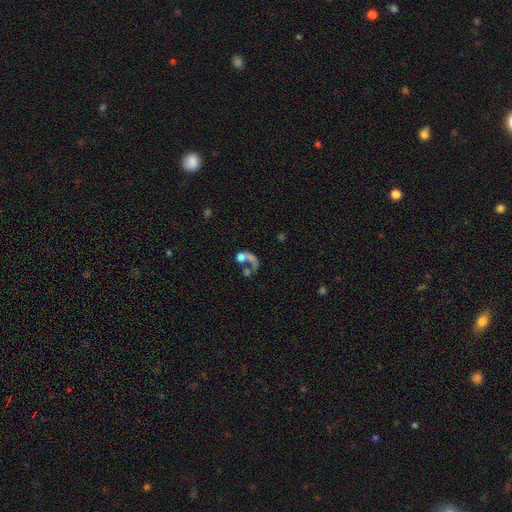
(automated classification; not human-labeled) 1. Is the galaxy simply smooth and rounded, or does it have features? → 44% featured or disk, 41% smooth, 16% star or artifact.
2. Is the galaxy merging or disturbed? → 42% merger, 28% major disturbance, 20% none, 9% minor disturbance.